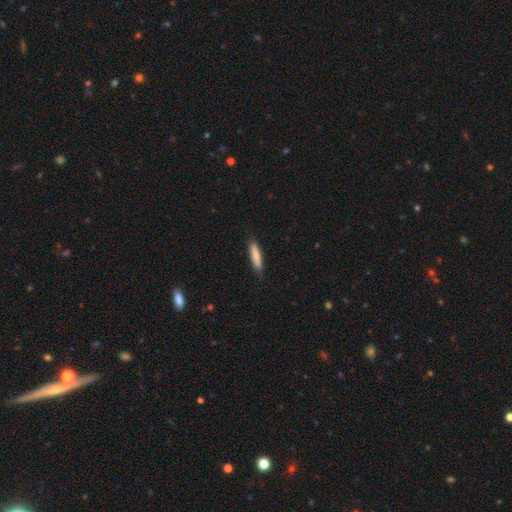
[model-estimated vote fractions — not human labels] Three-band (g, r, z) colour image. It shows a smooth galaxy with no disk features (81%) that is cigar-shaped (83%). Merging: none (81%).